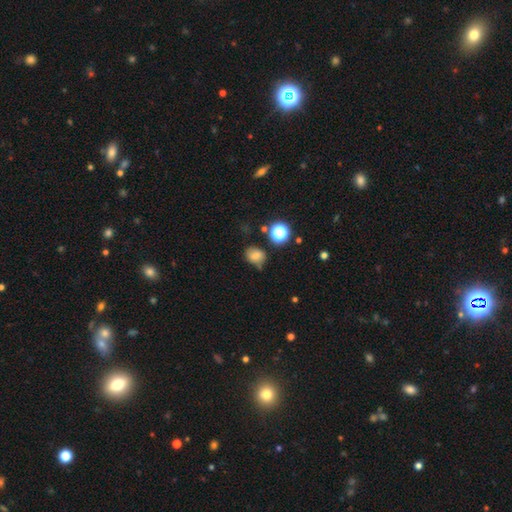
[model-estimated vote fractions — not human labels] Smooth or featured?
  - smooth: 75% *
  - star or artifact: 16%
  - featured or disk: 10%
How rounded?
  - round: 50% *
  - in between: 49%
  - cigar-shaped: 1%
Merging?
  - none: 63% *
  - minor disturbance: 25%
  - major disturbance: 7%
  - merger: 6%